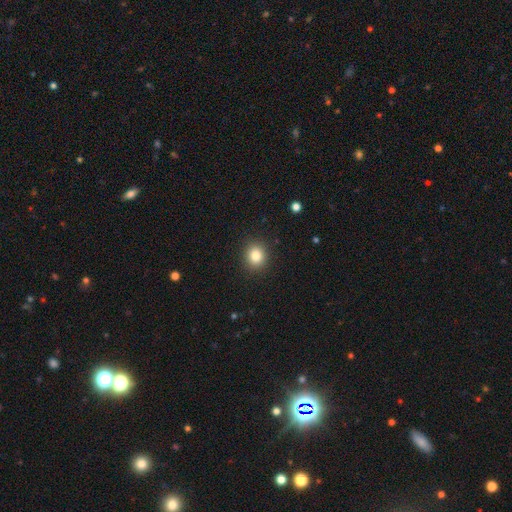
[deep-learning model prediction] Smooth or featured?
  - smooth: 83% *
  - star or artifact: 11%
  - featured or disk: 6%
How rounded?
  - round: 77% *
  - in between: 22%
  - cigar-shaped: 1%
Merging?
  - none: 90% *
  - minor disturbance: 6%
  - major disturbance: 2%
  - merger: 1%